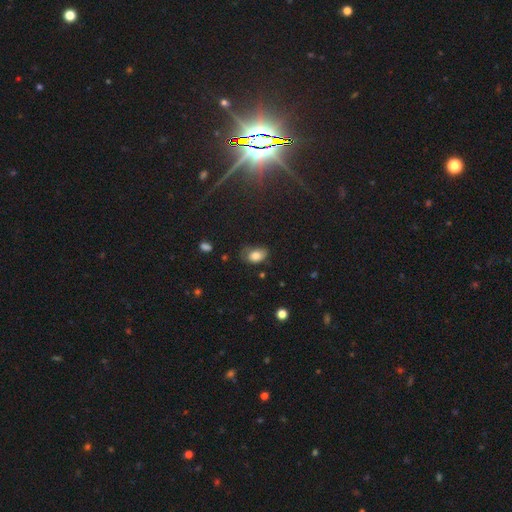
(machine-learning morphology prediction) The model was most divided on "merging": none: 53%, minor disturbance: 34%, major disturbance: 11%, merger: 2%. More confident: how rounded — in between (84%); smooth or featured — smooth (79%).